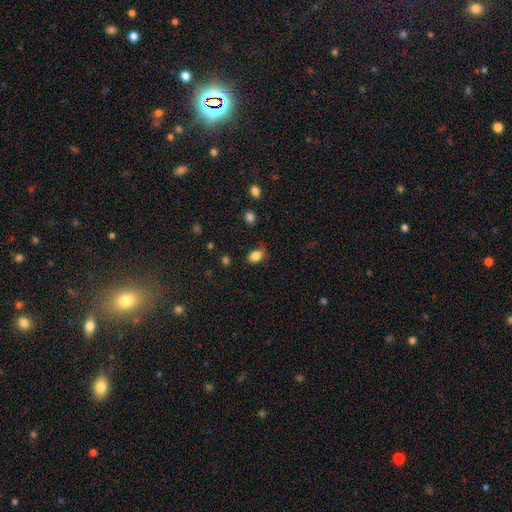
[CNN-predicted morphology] This is clearly a smooth galaxy (84%). How rounded: likely in between (79%). Merging: likely none (69%).